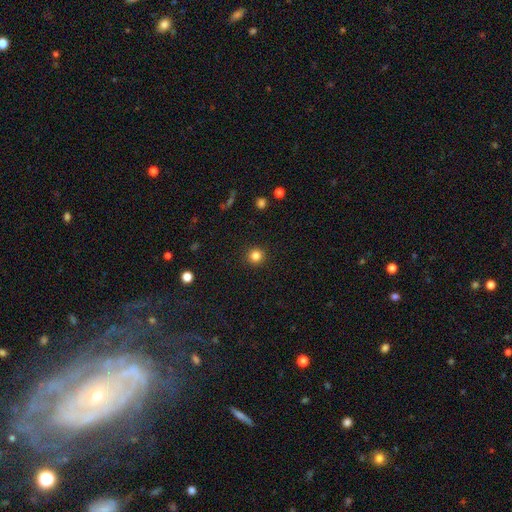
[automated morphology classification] smooth 83%, star or artifact 12%, featured or disk 5%. Down the decision tree: how rounded — round (94%); merging — none (92%).